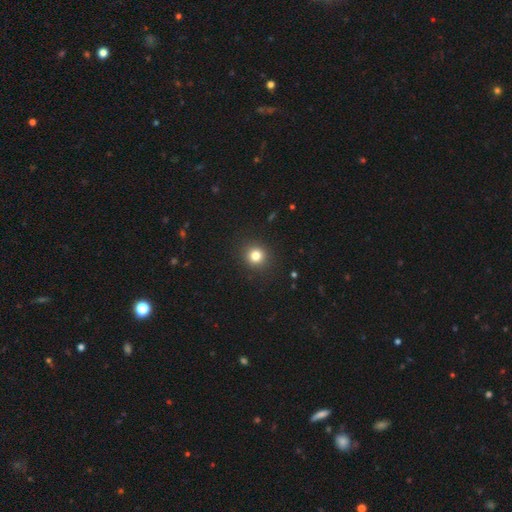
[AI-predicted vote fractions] Smooth or featured? smooth (81%)
How rounded? round (90%)
Merging? none (91%)